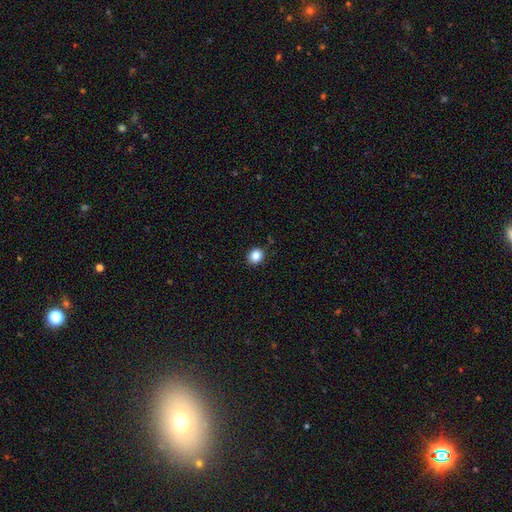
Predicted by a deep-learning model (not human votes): Overall: smooth (85%). How rounded: round (77%). Merging: none (89%).